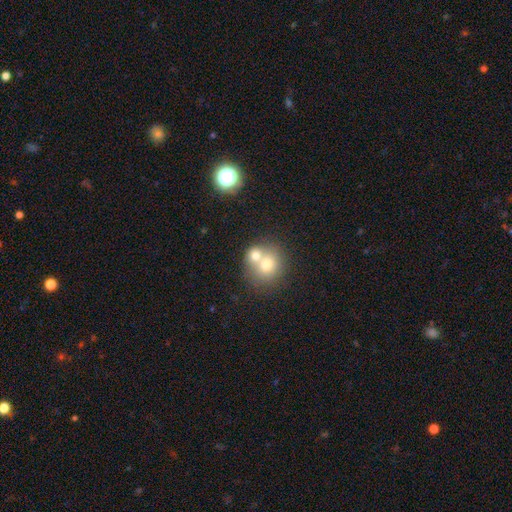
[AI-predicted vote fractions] The model was most divided on "merging": merger: 62%, none: 30%, minor disturbance: 6%, major disturbance: 3%. More confident: how rounded — round (76%); smooth or featured — smooth (71%).